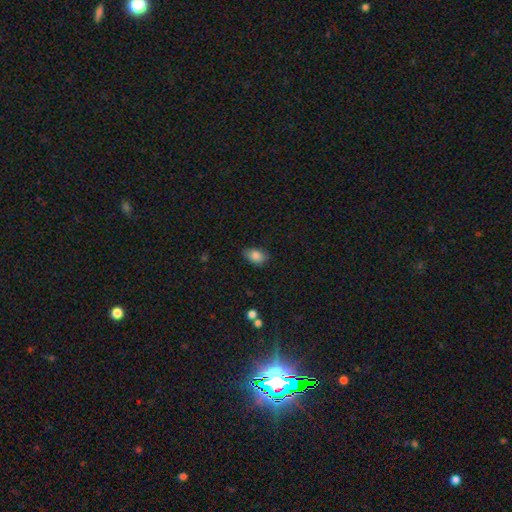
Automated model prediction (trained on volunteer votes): Smooth or featured? Predicted: smooth (p=0.84). How rounded? Predicted: in between (p=0.87). Merging? Predicted: none (p=0.76).